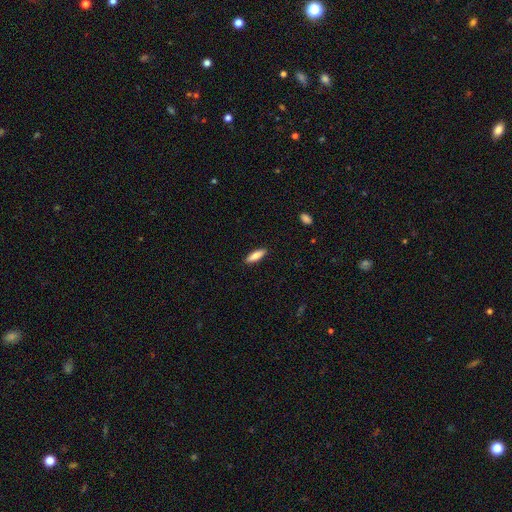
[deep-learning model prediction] Smooth or featured? Predicted: smooth (p=0.83). How rounded? Predicted: in between (p=0.50). Merging? Predicted: none (p=0.90).